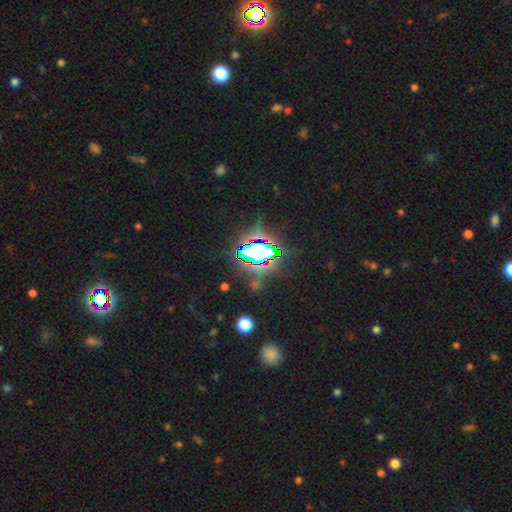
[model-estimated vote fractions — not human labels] smooth_or_featured: star or artifact (p=0.72) [alt: smooth p=0.16]